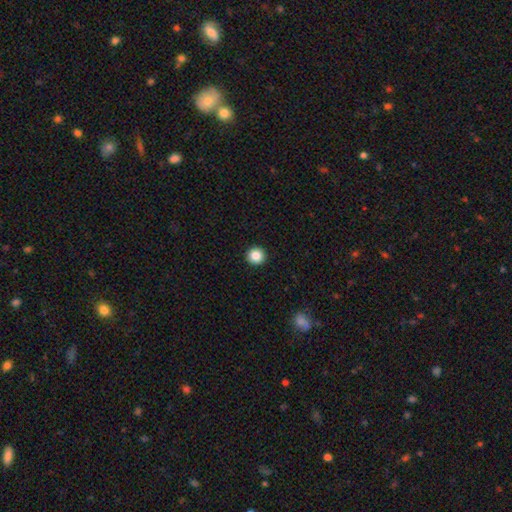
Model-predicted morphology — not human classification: A smooth galaxy with no disk features (86%) that is round (96%). Merging: none (94%).